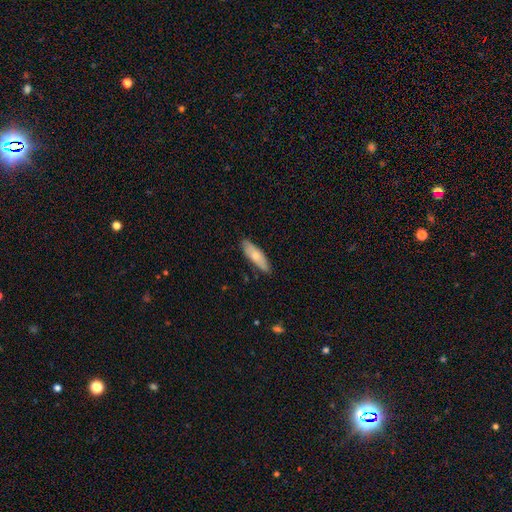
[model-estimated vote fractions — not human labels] smooth_or_featured: smooth (p=0.67) [alt: featured or disk p=0.27]
how_rounded: in between (p=0.56) [alt: cigar-shaped p=0.42]
merging: none (p=0.84) [alt: minor disturbance p=0.13]